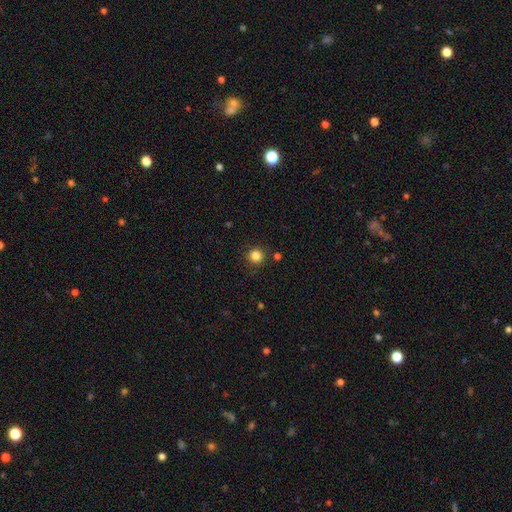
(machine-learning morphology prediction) smooth 83%, star or artifact 12%, featured or disk 4%. Down the decision tree: how rounded — round (95%); merging — none (89%).